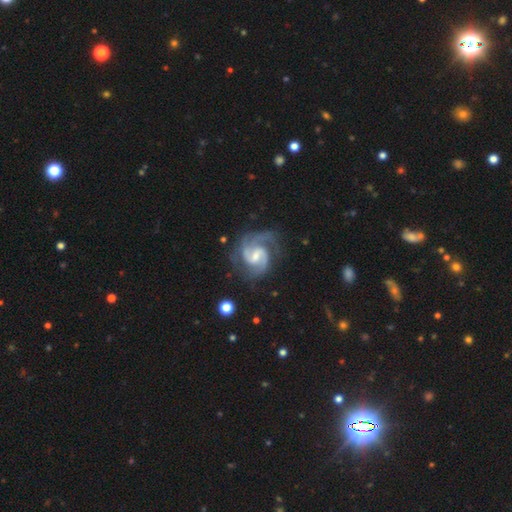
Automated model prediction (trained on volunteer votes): Morphology: type=featured or disk (92%); edge-on=no (98%); bar=weak (60%); spiral arms=yes (98%); winding=medium (58%); arm count=2 (70%); bulge=small (48%); merging=none (68%).